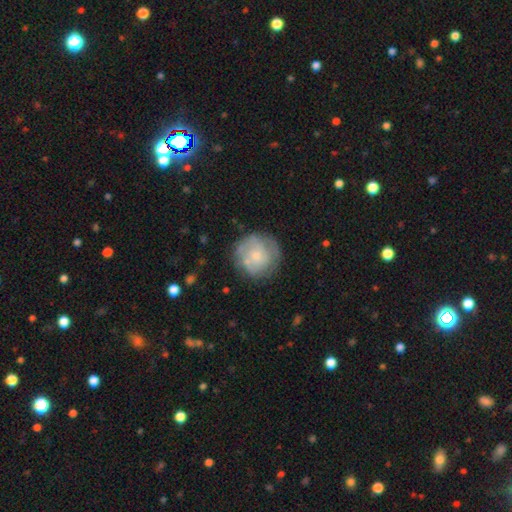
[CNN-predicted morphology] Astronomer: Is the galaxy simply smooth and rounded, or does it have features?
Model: smooth — 47% (runner-up: featured or disk, 46%).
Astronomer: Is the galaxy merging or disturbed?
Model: none — 71%.